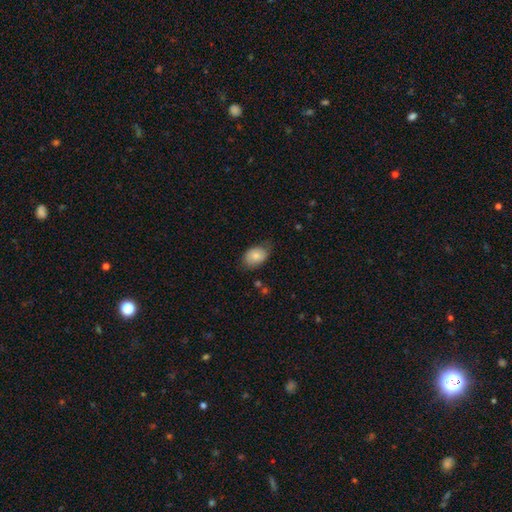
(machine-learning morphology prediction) Q: Smooth or featured?
A: smooth (79%); runner-up: featured or disk (14%)
Q: How rounded?
A: in between (79%); runner-up: round (20%)
Q: Merging?
A: none (62%); runner-up: minor disturbance (29%)